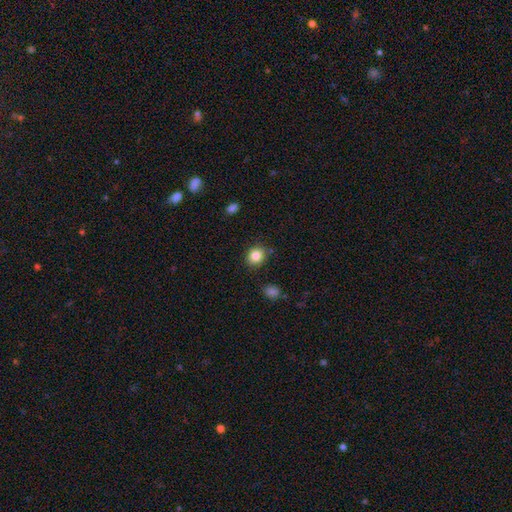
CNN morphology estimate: smooth_or_featured: smooth (p=0.84) [alt: star or artifact p=0.10]
how_rounded: round (p=0.76) [alt: in between p=0.23]
merging: none (p=0.86) [alt: minor disturbance p=0.09]